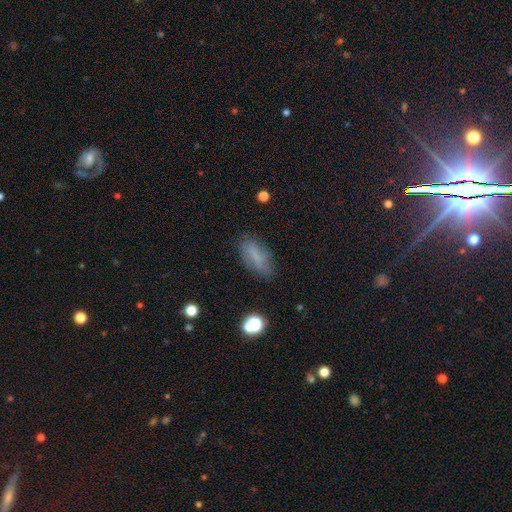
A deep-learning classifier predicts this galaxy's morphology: smooth_or_featured: smooth (p=0.72) [alt: featured or disk p=0.17]
how_rounded: in between (p=0.79) [alt: cigar-shaped p=0.18]
merging: none (p=0.73) [alt: minor disturbance p=0.20]